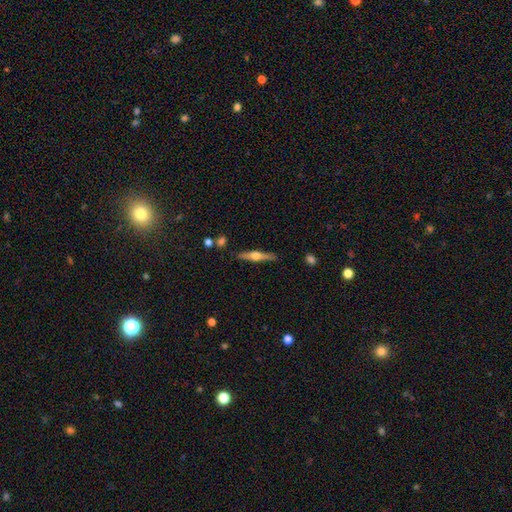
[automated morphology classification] Smooth or featured: featured or disk — 66% (smooth — 29%)
Edge-on disk: yes — 97% (no — 3%)
Edge-on bulge: rounded — 94% (boxy — 4%)
Merging: none — 87% (minor disturbance — 9%)